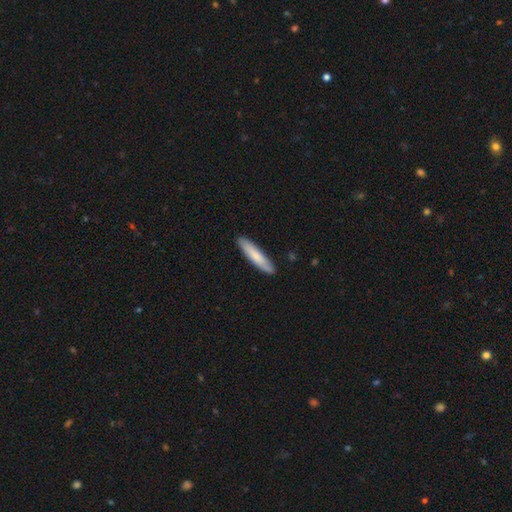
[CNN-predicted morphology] A smooth galaxy with no disk features (75%) that is cigar-shaped (87%).

Vote fractions:
- Smooth or featured? smooth: 75% / featured or disk: 20% / star or artifact: 5%
- How rounded? cigar-shaped: 87% / in between: 12% / round: 1%
- Merging? none: 89% / minor disturbance: 9% / major disturbance: 1% / merger: 1%